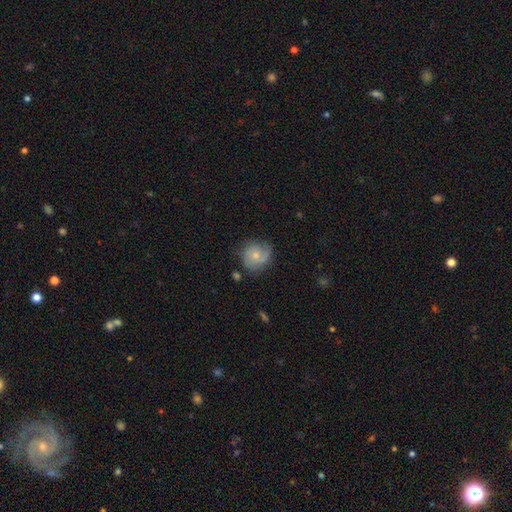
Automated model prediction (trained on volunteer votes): Q: Smooth or featured?
A: featured or disk (50%); runner-up: smooth (43%)
Q: Merging?
A: none (64%); runner-up: minor disturbance (25%)